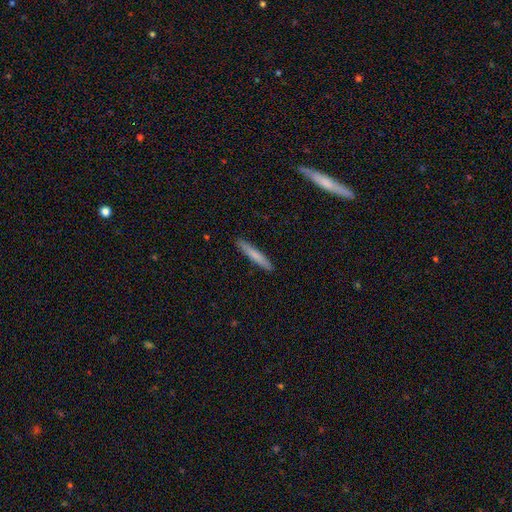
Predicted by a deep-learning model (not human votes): smooth_or_featured: smooth (p=0.75) [alt: featured or disk p=0.20]
how_rounded: cigar-shaped (p=0.94) [alt: in between p=0.05]
merging: none (p=0.91) [alt: minor disturbance p=0.07]